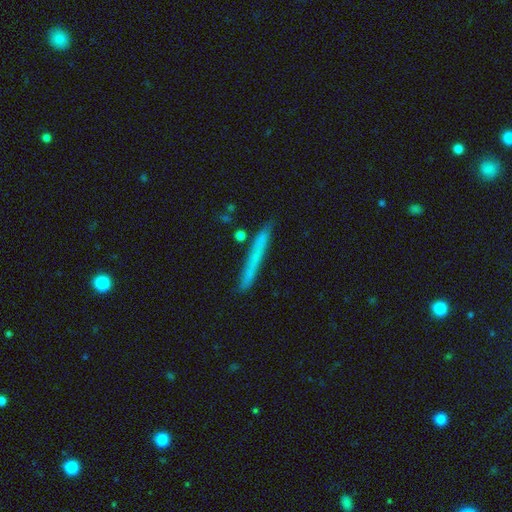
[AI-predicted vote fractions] This appears to be a smooth galaxy with no disk features (60%) that is cigar-shaped (97%). Merging: none (85%).